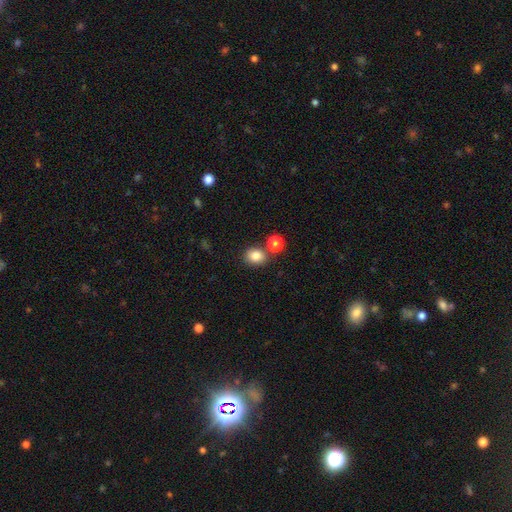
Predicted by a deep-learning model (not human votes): A smooth galaxy with no disk features (83%) that is round (54%).

Vote fractions:
- Smooth or featured? smooth: 83% / star or artifact: 11% / featured or disk: 6%
- How rounded? round: 54% / in between: 45% / cigar-shaped: 1%
- Merging? none: 71% / merger: 15% / minor disturbance: 11% / major disturbance: 3%